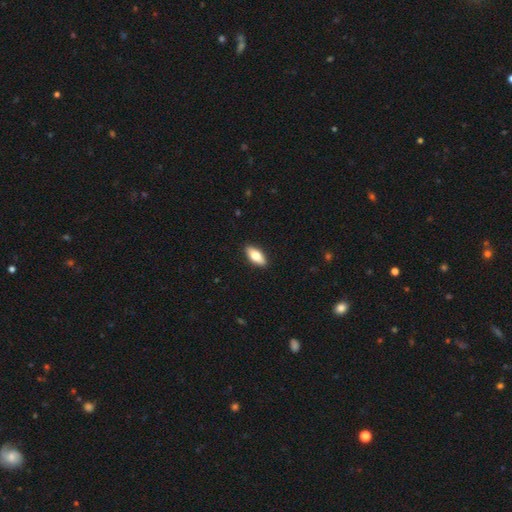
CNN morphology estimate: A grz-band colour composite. It shows a smooth galaxy with no disk features (73%) that is in between round and cigar-shaped (82%). Merging: none (90%).